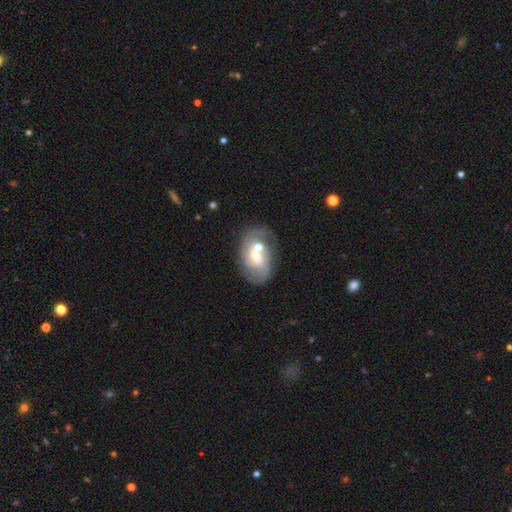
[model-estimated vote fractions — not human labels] Overall: featured or disk (72%). Edge-on disk: no (96%). Bar: no (46%; weak 42%). Spiral arms: yes (82%). Spiral arm count: 2 (67%). Spiral winding: medium (44%; tight 29%). Bulge size: moderate (52%; small 39%). Merging: none (45%; merger 31%).